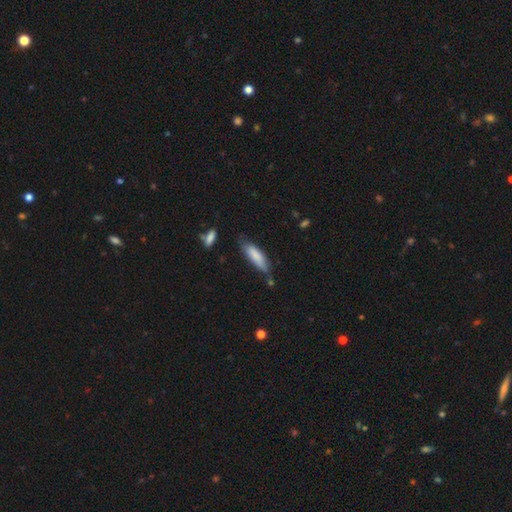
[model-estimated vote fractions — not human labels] Smooth or featured? Predicted: smooth (p=0.80). How rounded? Predicted: cigar-shaped (p=0.56). Merging? Predicted: none (p=0.58).